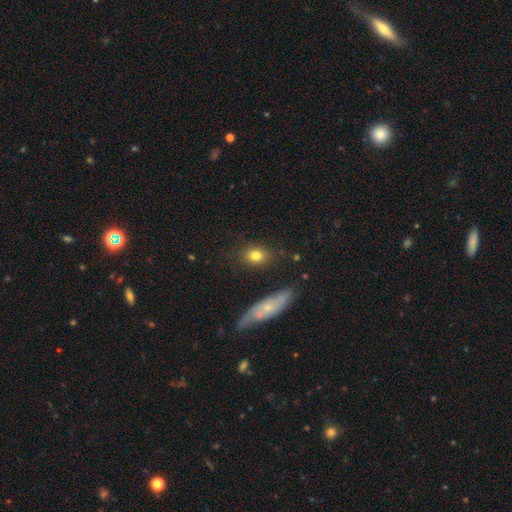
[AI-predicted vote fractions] smooth_or_featured: smooth (p=0.79) [alt: featured or disk p=0.12]
how_rounded: in between (p=0.60) [alt: round p=0.36]
merging: none (p=0.84) [alt: minor disturbance p=0.10]